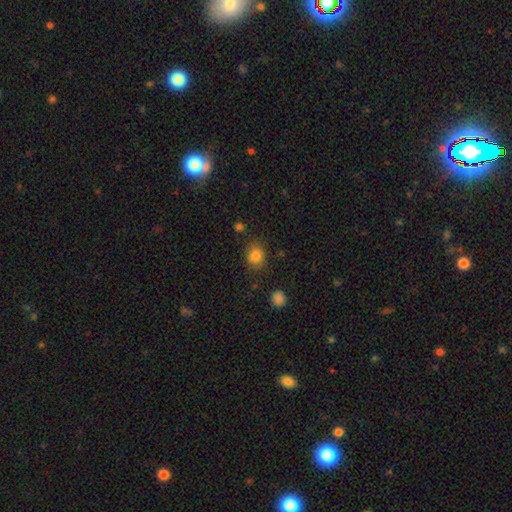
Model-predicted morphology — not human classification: A smooth galaxy with no disk features (82%) that is round (64%).

Vote fractions:
- Smooth or featured? smooth: 82% / star or artifact: 12% / featured or disk: 6%
- How rounded? round: 64% / in between: 35% / cigar-shaped: 1%
- Merging? none: 78% / minor disturbance: 14% / major disturbance: 4% / merger: 4%